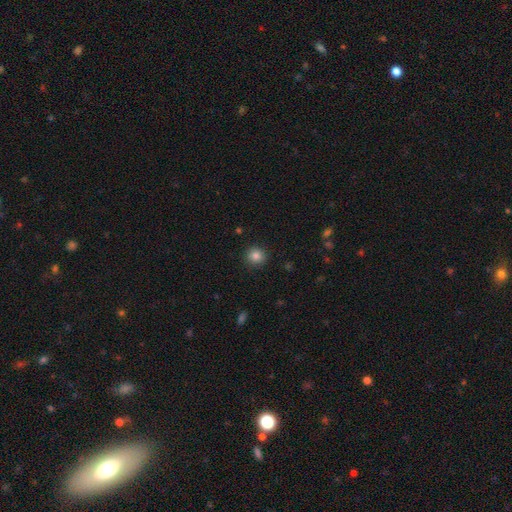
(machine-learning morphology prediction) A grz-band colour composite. It shows a smooth galaxy with no disk features (84%) that is round (92%). Merging: none (91%).